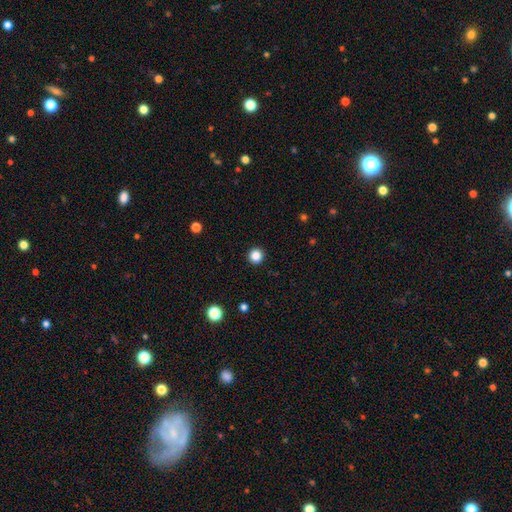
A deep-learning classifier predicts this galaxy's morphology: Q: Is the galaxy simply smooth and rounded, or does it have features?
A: smooth — 85%.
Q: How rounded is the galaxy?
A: round — 95%.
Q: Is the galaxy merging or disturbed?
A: none — 93%.